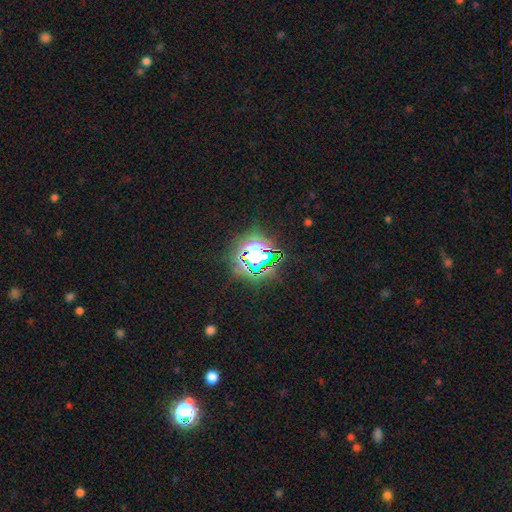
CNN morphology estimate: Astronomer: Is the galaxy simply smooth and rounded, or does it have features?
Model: star or artifact — 64%.